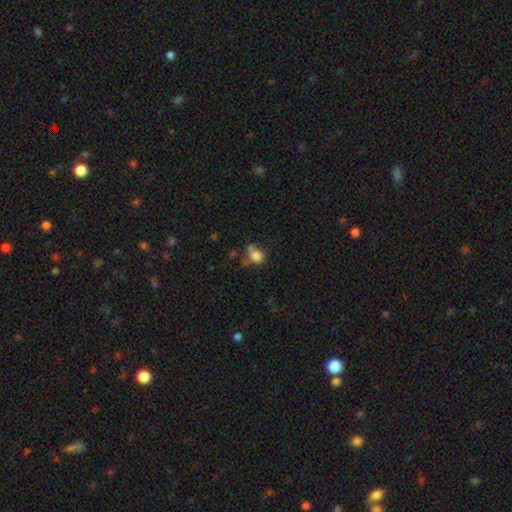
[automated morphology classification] Q: Smooth or featured?
A: smooth (79%); runner-up: star or artifact (12%)
Q: How rounded?
A: round (68%); runner-up: in between (31%)
Q: Merging?
A: none (48%); runner-up: merger (23%)